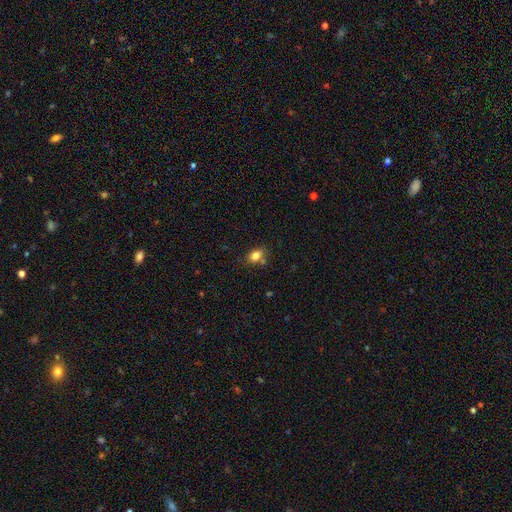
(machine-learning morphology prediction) type=smooth (81%); roundness=in between (71%); merging=none (67%).